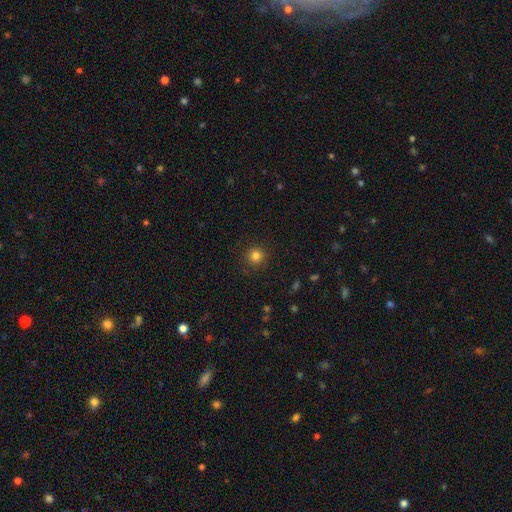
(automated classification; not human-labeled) This is clearly a smooth galaxy (82%). How rounded: clearly round (94%). Merging: clearly none (89%).